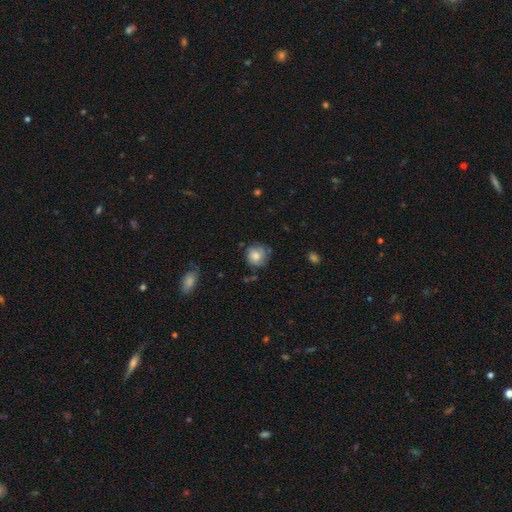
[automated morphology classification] Smooth or featured? smooth (65%)
How rounded? round (83%)
Merging? none (66%)